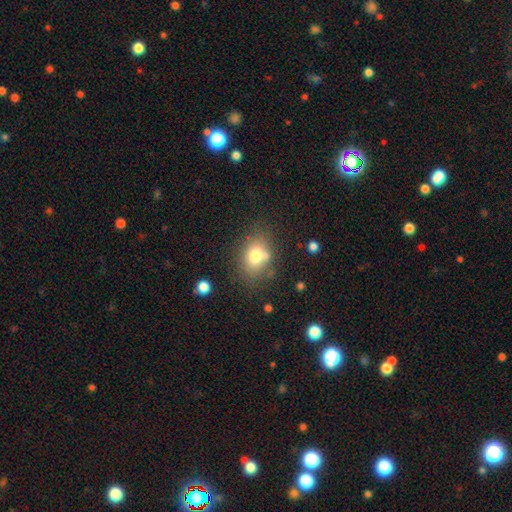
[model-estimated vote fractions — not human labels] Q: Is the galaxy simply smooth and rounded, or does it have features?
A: smooth — 73%.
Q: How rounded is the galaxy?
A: in between — 58%.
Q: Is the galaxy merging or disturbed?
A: none — 62%.